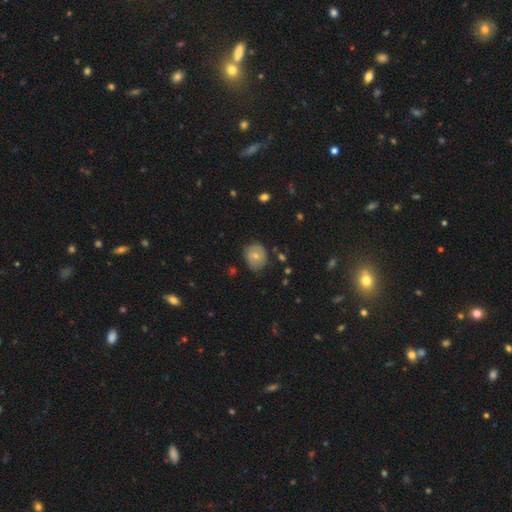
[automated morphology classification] A smooth galaxy with no disk features (63%) that is round (64%). Merging: none (74%).